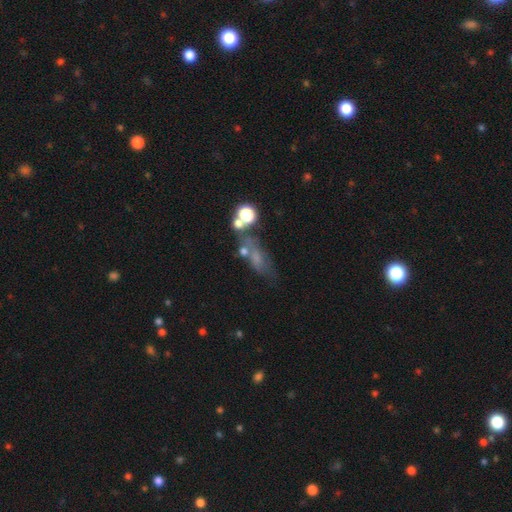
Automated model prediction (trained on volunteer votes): The model was most divided on "smooth or featured": smooth: 40%, featured or disk: 34%, star or artifact: 27%. Remaining: merging — none (43%).